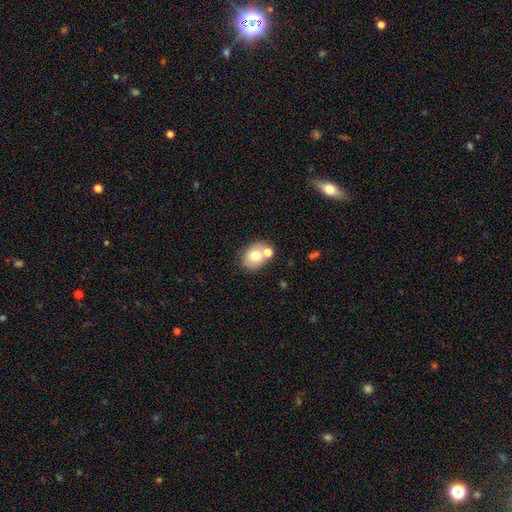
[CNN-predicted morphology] smooth-or-featured: smooth: 72% | featured or disk: 19% | star or artifact: 9%
  how-rounded: in between: 59% | round: 40% | cigar-shaped: 1%
  merging: none: 58% | merger: 25% | minor disturbance: 13% | major disturbance: 4%